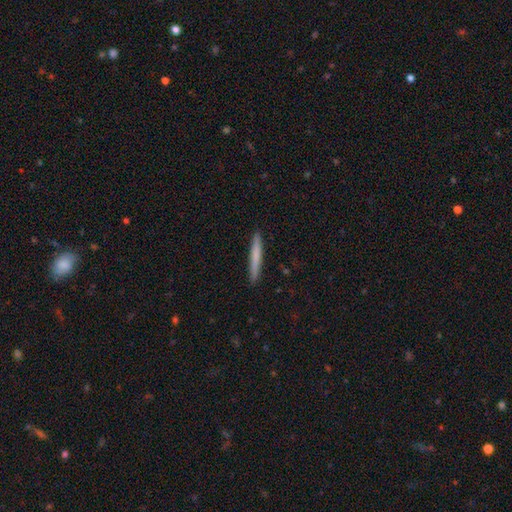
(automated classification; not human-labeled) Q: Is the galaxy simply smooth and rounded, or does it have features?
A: smooth — 70%.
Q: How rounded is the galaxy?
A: cigar-shaped — 97%.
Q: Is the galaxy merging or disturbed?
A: none — 92%.